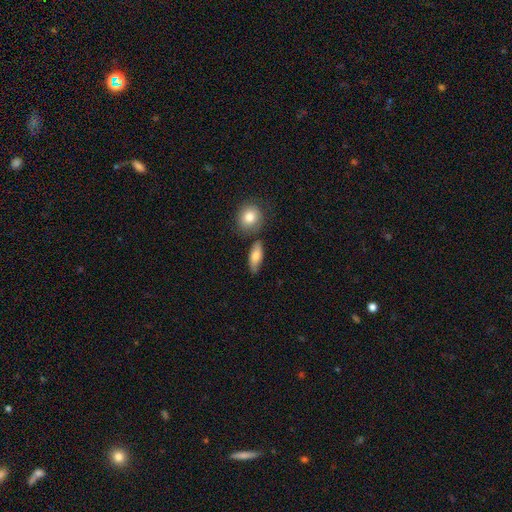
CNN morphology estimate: This appears to be a smooth galaxy with no disk features (76%) that is in between round and cigar-shaped (75%). Merging: none (73%).